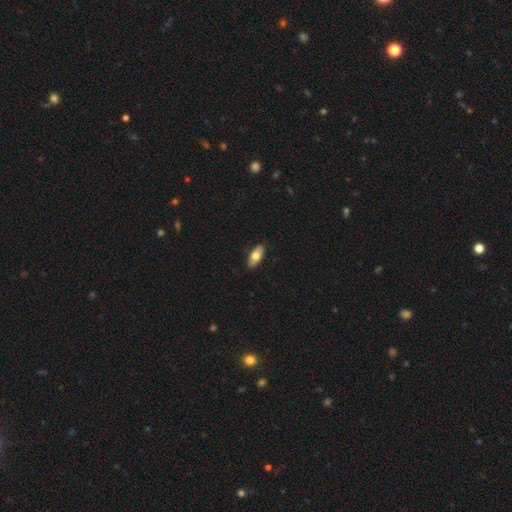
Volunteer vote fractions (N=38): smooth_or_featured: smooth (p=0.71) [alt: featured or disk p=0.21]
how_rounded: in between (p=0.93) [alt: cigar-shaped p=0.07]
merging: none (p=0.89) [alt: minor disturbance p=0.11]